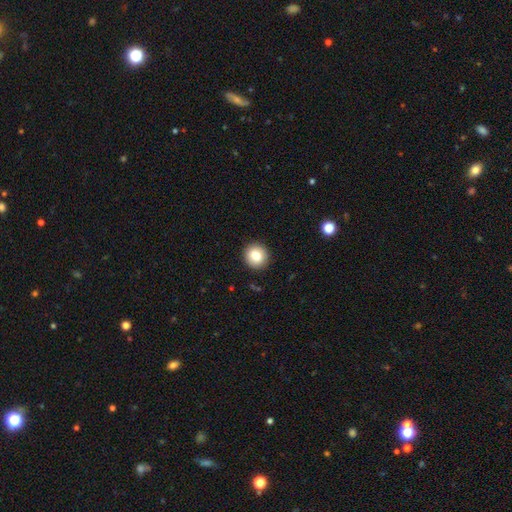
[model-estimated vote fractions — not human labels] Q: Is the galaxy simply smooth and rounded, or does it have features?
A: smooth — 82%.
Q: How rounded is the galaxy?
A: round — 90%.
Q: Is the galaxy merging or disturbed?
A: none — 92%.